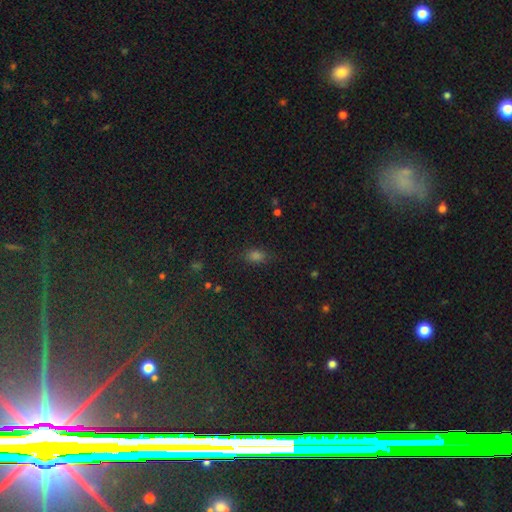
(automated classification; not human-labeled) smooth 68%, star or artifact 26%, featured or disk 6%. Down the decision tree: how rounded — in between (78%); merging — none (80%).